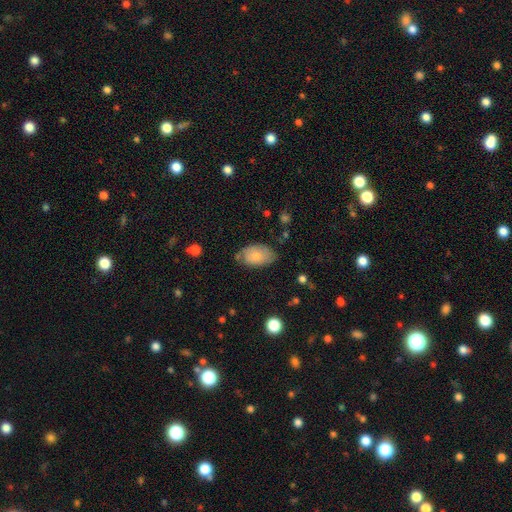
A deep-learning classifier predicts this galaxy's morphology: This appears to be a smooth galaxy with no disk features (74%) that is in between round and cigar-shaped (92%). Merging: none (61%).